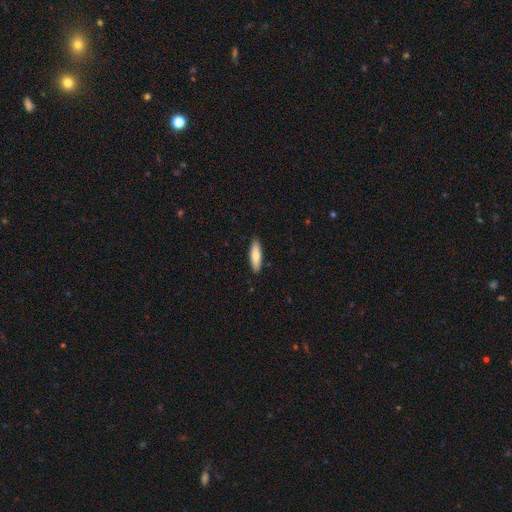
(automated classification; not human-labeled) Smooth or featured?
  - smooth: 74% *
  - featured or disk: 20%
  - star or artifact: 6%
How rounded?
  - cigar-shaped: 59% *
  - in between: 39%
  - round: 2%
Merging?
  - none: 89% *
  - minor disturbance: 8%
  - major disturbance: 2%
  - merger: 1%